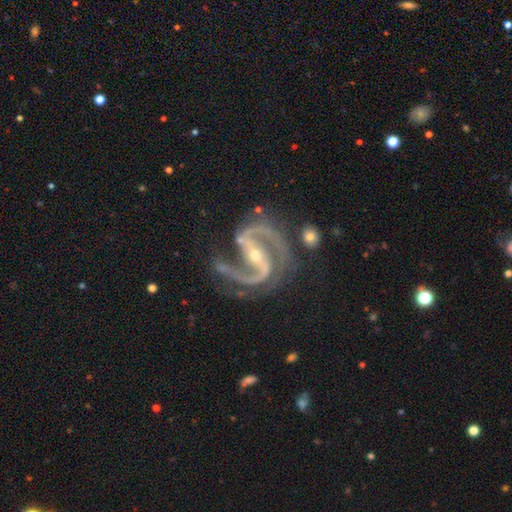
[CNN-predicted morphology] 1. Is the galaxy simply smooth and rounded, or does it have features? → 94% featured or disk, 4% star or artifact, 2% smooth.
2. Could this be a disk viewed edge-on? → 98% no, 2% yes.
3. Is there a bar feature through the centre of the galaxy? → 67% strong, 22% weak, 11% no.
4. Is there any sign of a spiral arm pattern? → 99% yes, 1% no.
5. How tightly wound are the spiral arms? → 66% medium, 19% tight, 15% loose.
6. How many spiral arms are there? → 92% 2, 3% 3, 1% can't tell, 1% 1, 1% 4, 1% more than 4.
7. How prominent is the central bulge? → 66% small, 31% moderate, 1% large, 1% none, 1% dominant.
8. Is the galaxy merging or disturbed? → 68% none, 18% minor disturbance, 10% major disturbance, 3% merger.